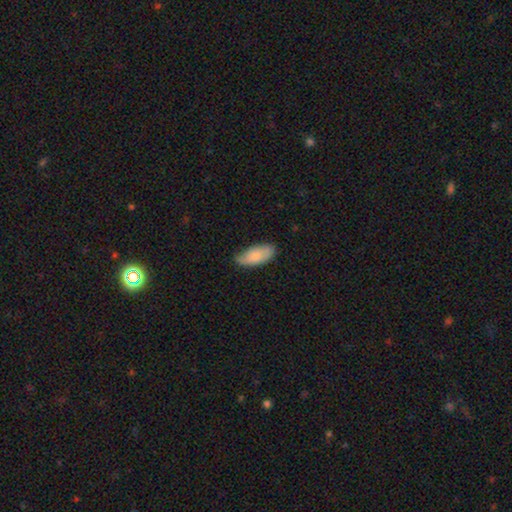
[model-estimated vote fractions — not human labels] smooth 79%, featured or disk 15%, star or artifact 6%. Down the decision tree: how rounded — in between (89%); merging — none (70%).